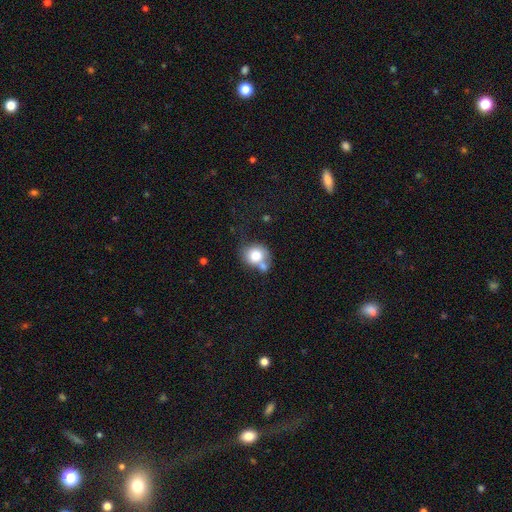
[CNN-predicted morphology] A smooth galaxy with no disk features (76%) that is round (70%). Merging: merger (38%, tied with none).